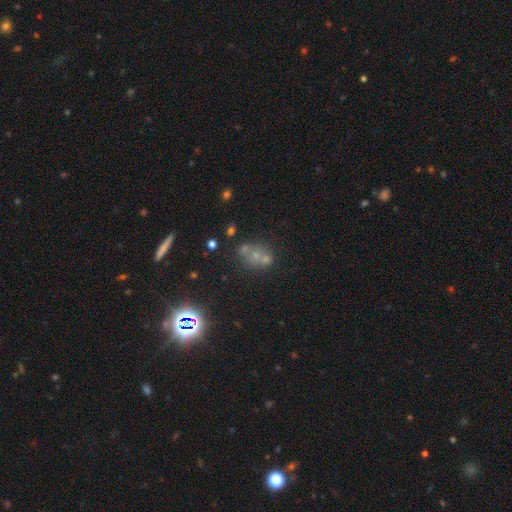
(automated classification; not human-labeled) smooth-or-featured: smooth: 42% | star or artifact: 29% | featured or disk: 28%
  merging: merger: 41% | none: 40% | minor disturbance: 11% | major disturbance: 7%